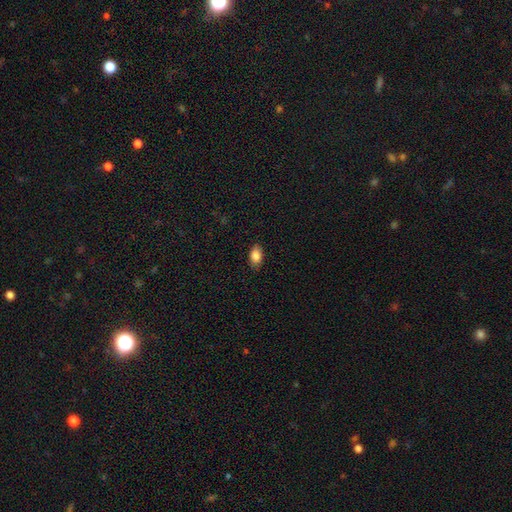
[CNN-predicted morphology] smooth_or_featured: smooth (p=0.85) [alt: star or artifact p=0.08]
how_rounded: in between (p=0.90) [alt: round p=0.08]
merging: none (p=0.87) [alt: minor disturbance p=0.10]